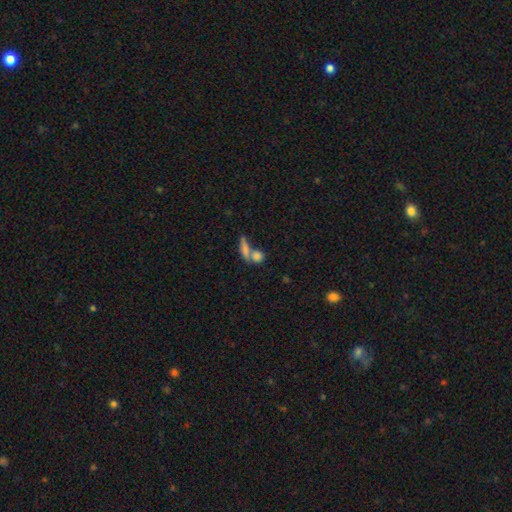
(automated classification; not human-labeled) Smooth or featured: smooth — 77% (featured or disk — 13%)
How rounded: round — 48% (in between — 34%)
Merging: none — 43% (tied with merger — 43%)